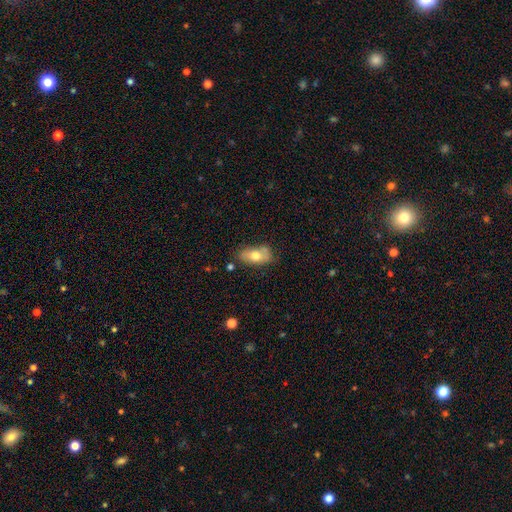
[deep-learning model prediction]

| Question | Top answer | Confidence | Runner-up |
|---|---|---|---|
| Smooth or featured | smooth | 67% | featured or disk (26%) |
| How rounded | in between | 87% | cigar-shaped (7%) |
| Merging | none | 63% | minor disturbance (25%) |